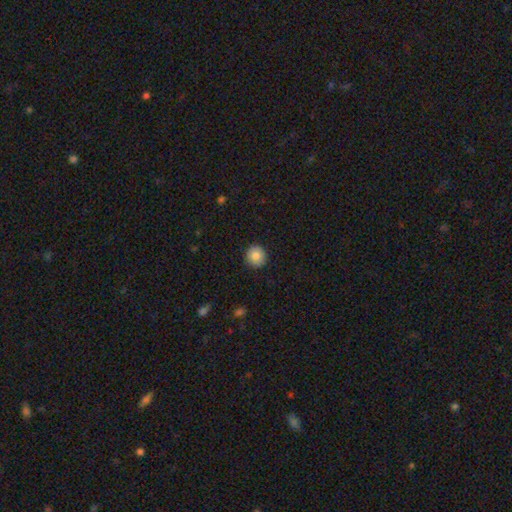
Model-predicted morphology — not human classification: The model was most divided on "smooth or featured": smooth: 85%, star or artifact: 8%, featured or disk: 6%. More confident: how rounded — round (92%); merging — none (91%).